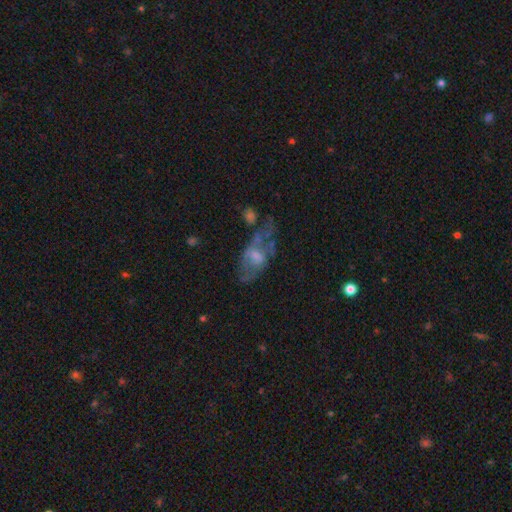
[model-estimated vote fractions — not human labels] Overall: featured or disk (60%; smooth 28%). Edge-on disk: no (90%). Bar: no (61%; weak 31%). Spiral arms: no (63%; yes 37%). Bulge size: moderate (42%; small 37%). Merging: none (36%; major disturbance 29%).